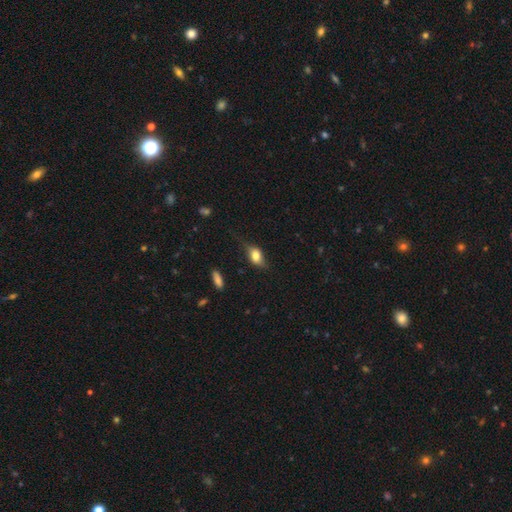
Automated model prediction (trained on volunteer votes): Smooth or featured? Predicted: smooth (p=0.68). How rounded? Predicted: in between (p=0.78). Merging? Predicted: none (p=0.56).